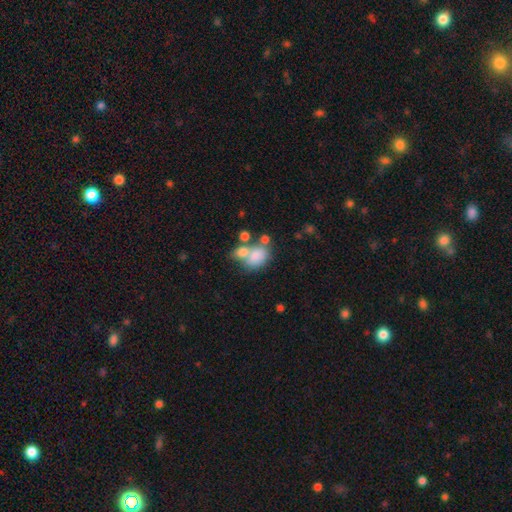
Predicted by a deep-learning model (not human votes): Q: Smooth or featured?
A: smooth (73%); runner-up: featured or disk (17%)
Q: How rounded?
A: in between (74%); runner-up: round (25%)
Q: Merging?
A: merger (48%); runner-up: none (29%)